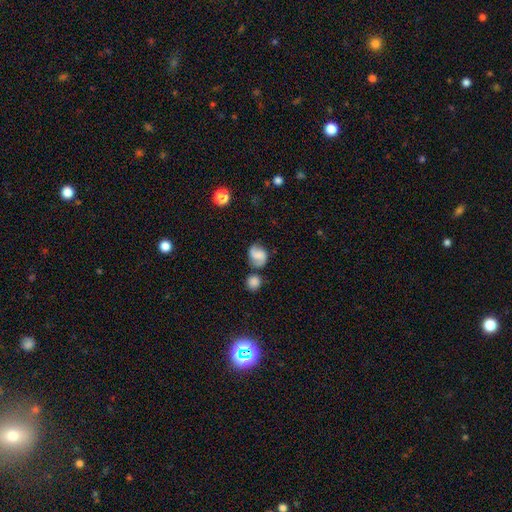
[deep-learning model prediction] The model was most divided on "bar": no: 45%, weak: 40%, strong: 14%. Remaining: edge-on disk — no (97%); spiral arms — yes (91%); merging — none (54%); smooth or featured — featured or disk (52%); bulge size — none (48%).